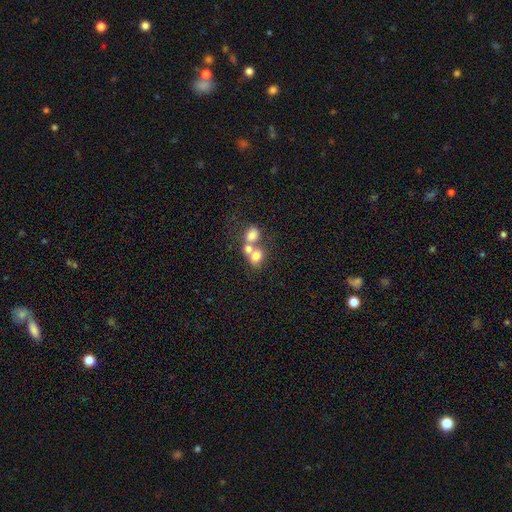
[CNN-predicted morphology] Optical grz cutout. It shows a smooth galaxy with no disk features (71%) that is round (53%). Merging: merger (63%).